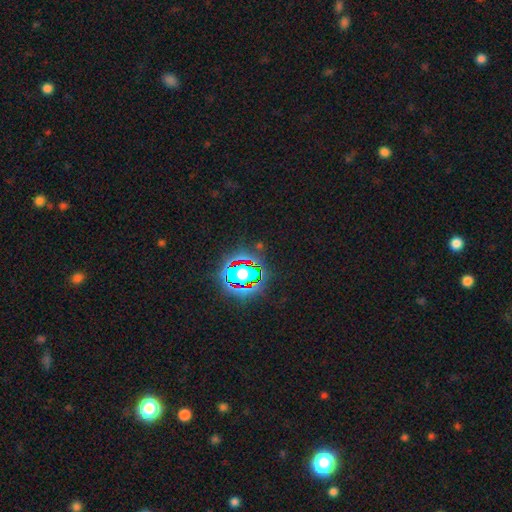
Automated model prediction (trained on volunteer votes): smooth-or-featured: star or artifact: 84% | smooth: 10% | featured or disk: 7%